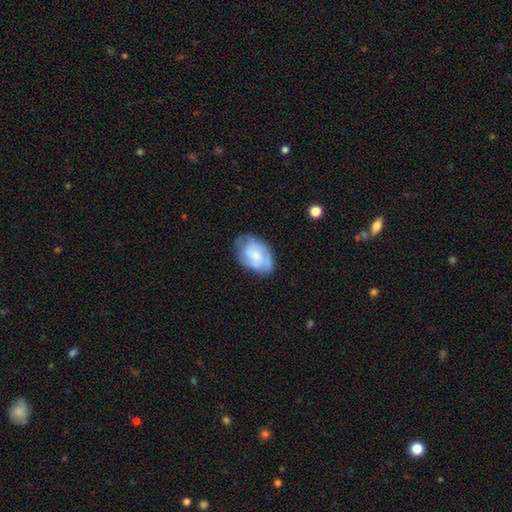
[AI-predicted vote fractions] Morphology: type=featured or disk (48%); merging=none (64%).